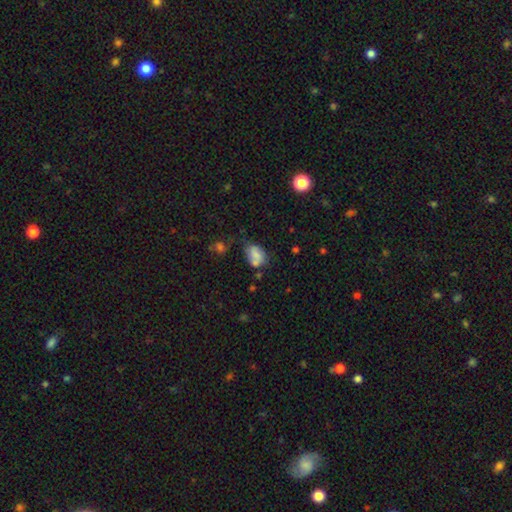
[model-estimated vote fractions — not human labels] Smooth or featured? Predicted: smooth (p=0.69). How rounded? Predicted: in between (p=0.75). Merging? Predicted: none (p=0.46).